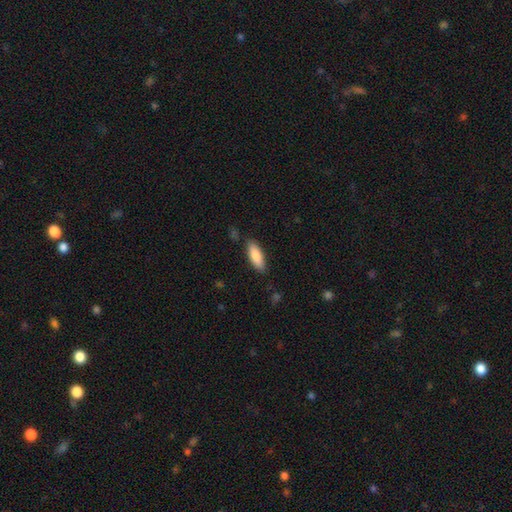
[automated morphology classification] Smooth or featured? smooth (85%)
How rounded? in between (66%)
Merging? none (84%)